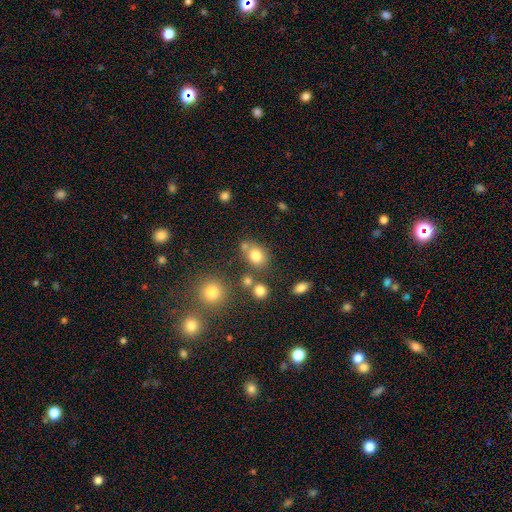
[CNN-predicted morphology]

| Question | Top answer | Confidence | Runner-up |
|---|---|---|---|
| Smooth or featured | smooth | 78% | star or artifact (13%) |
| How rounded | round | 53% | in between (46%) |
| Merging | none | 61% | merger (19%) |